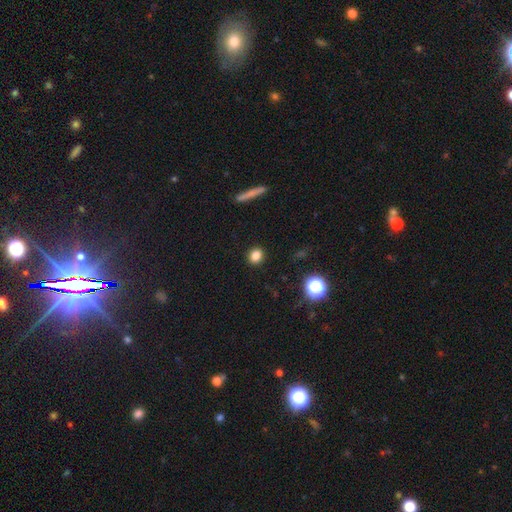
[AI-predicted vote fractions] smooth_or_featured: smooth (p=0.82) [alt: star or artifact p=0.12]
how_rounded: round (p=0.77) [alt: in between p=0.22]
merging: none (p=0.91) [alt: minor disturbance p=0.06]